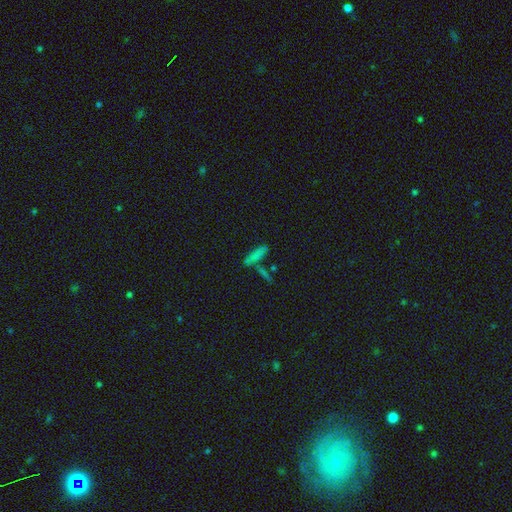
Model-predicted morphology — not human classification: This is likely a smooth galaxy (71%). How rounded: likely cigar-shaped (74%). Merging: likely none (65%).